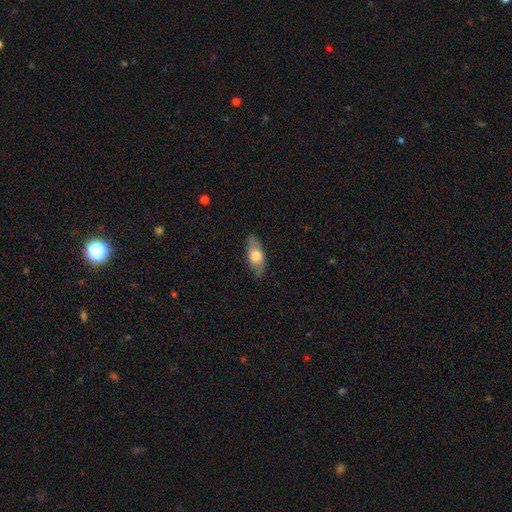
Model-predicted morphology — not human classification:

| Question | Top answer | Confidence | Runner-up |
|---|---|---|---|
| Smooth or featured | smooth | 59% | featured or disk (35%) |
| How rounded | in between | 76% | cigar-shaped (18%) |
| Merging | none | 80% | minor disturbance (15%) |